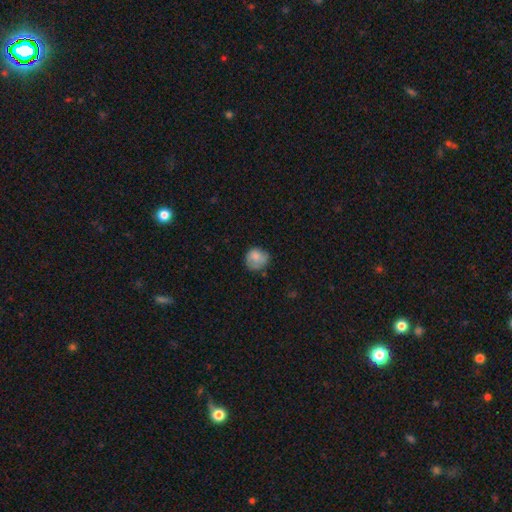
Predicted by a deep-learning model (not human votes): Overall: smooth (77%). How rounded: round (81%). Merging: none (58%; minor disturbance 29%).